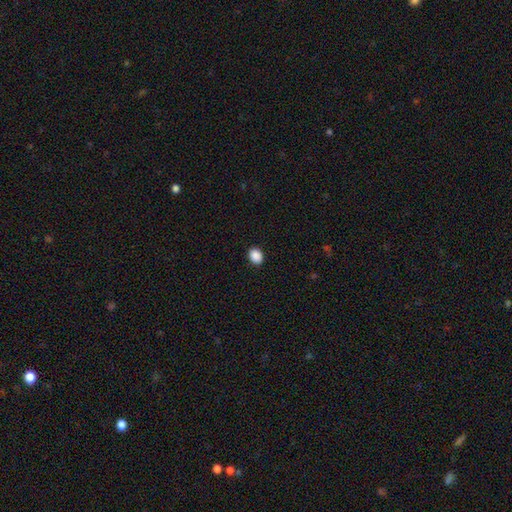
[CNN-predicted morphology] smooth-or-featured: smooth: 89% | star or artifact: 8% | featured or disk: 2%
  how-rounded: in between: 54% | round: 45% | cigar-shaped: 1%
  merging: none: 90% | minor disturbance: 7% | major disturbance: 2% | merger: 1%